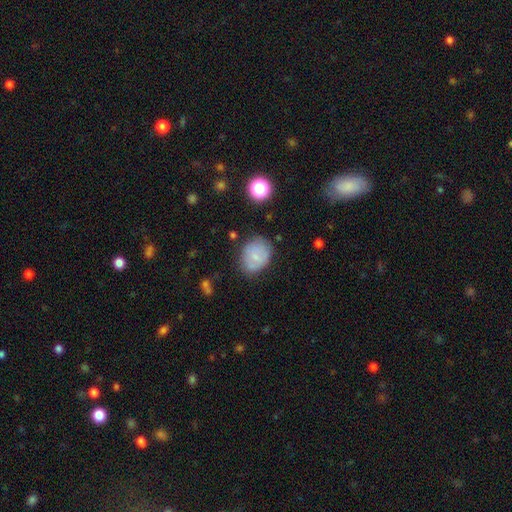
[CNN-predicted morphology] smooth-or-featured: smooth: 66% | featured or disk: 24% | star or artifact: 10%
  how-rounded: round: 56% | in between: 43% | cigar-shaped: 1%
  merging: none: 67% | minor disturbance: 23% | major disturbance: 6% | merger: 3%